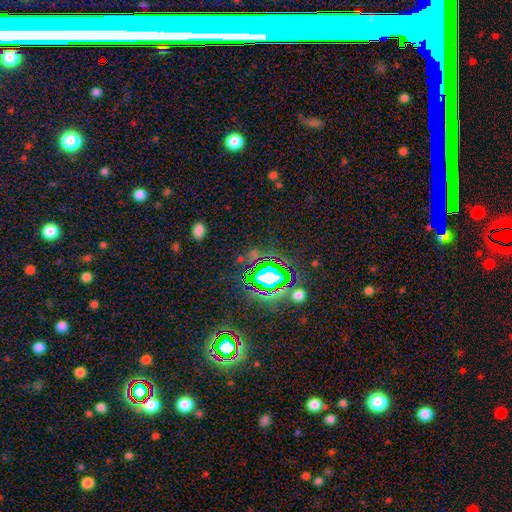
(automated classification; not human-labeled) Smooth or featured?
  - star or artifact: 72% *
  - smooth: 18%
  - featured or disk: 11%